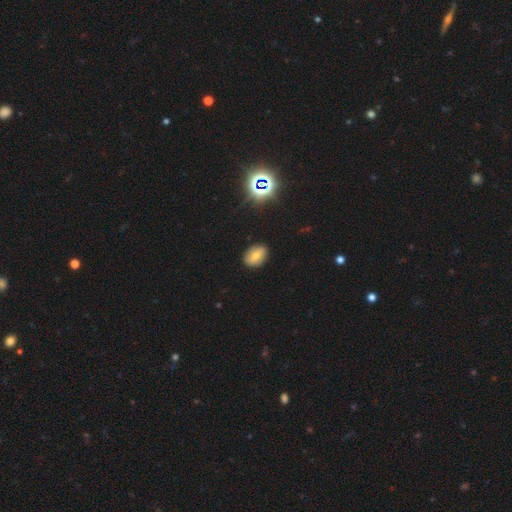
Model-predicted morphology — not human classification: smooth 66%, featured or disk 19%, star or artifact 15%. Down the decision tree: how rounded — in between (79%); merging — none (88%).